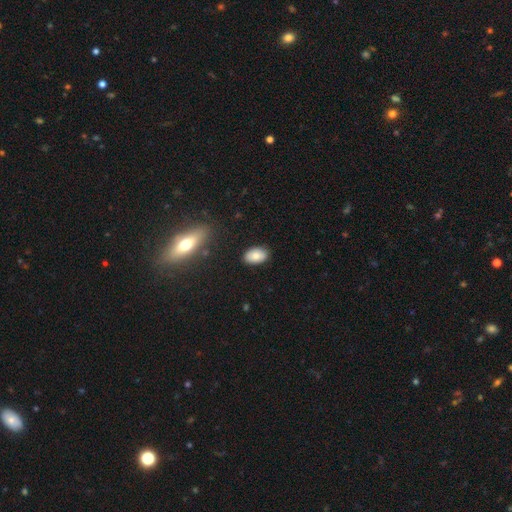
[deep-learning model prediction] A smooth galaxy with no disk features (79%) that is in between round and cigar-shaped (91%).

Vote fractions:
- Smooth or featured? smooth: 79% / featured or disk: 13% / star or artifact: 8%
- How rounded? in between: 91% / round: 7% / cigar-shaped: 2%
- Merging? none: 86% / minor disturbance: 10% / major disturbance: 2% / merger: 1%